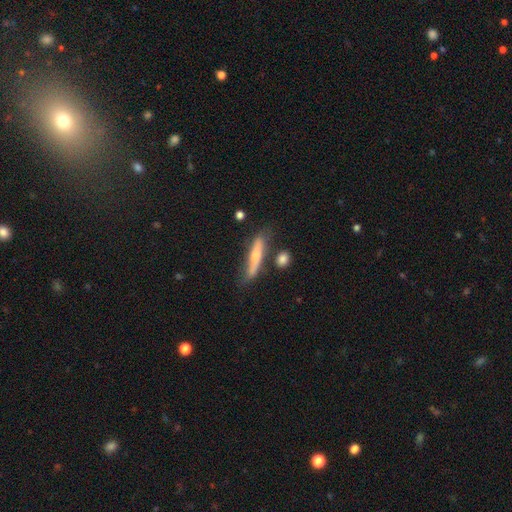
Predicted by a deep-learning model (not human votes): smooth-or-featured: smooth: 61% | featured or disk: 33% | star or artifact: 6%
  how-rounded: cigar-shaped: 83% | in between: 15% | round: 2%
  merging: none: 59% | minor disturbance: 24% | merger: 9% | major disturbance: 8%